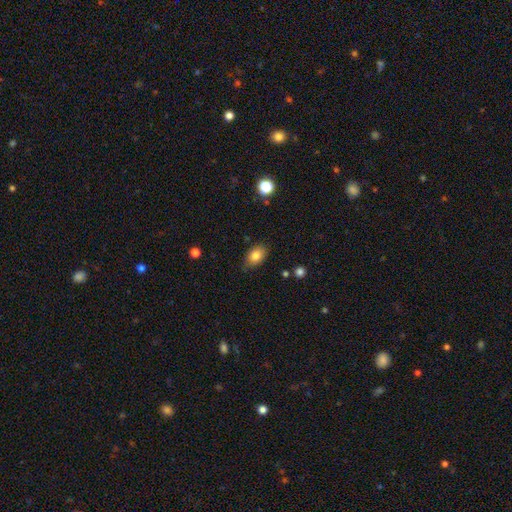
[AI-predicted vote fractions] Smooth or featured: smooth — 82% (featured or disk — 10%)
How rounded: in between — 85% (round — 14%)
Merging: none — 82% (minor disturbance — 14%)